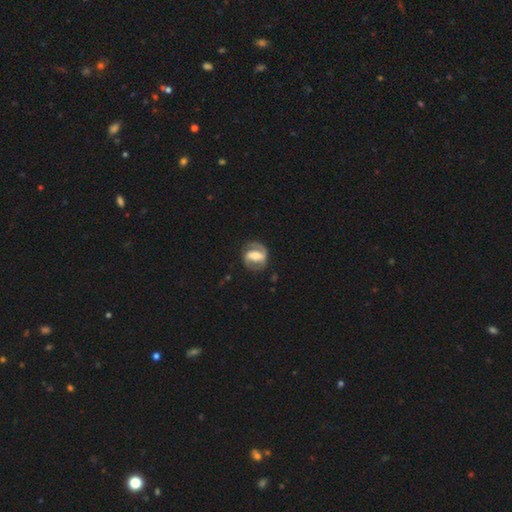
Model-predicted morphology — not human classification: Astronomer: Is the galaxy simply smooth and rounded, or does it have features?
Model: featured or disk — 76%.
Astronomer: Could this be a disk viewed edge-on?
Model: no — 97%.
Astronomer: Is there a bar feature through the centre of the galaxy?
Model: strong — 55% (runner-up: weak, 31%).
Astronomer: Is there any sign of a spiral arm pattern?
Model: yes — 86%.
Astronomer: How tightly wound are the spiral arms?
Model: medium — 46% (runner-up: tight, 34%).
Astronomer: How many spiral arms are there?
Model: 2 — 85%.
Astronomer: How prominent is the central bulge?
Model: moderate — 55%.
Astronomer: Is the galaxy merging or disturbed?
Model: none — 75%.